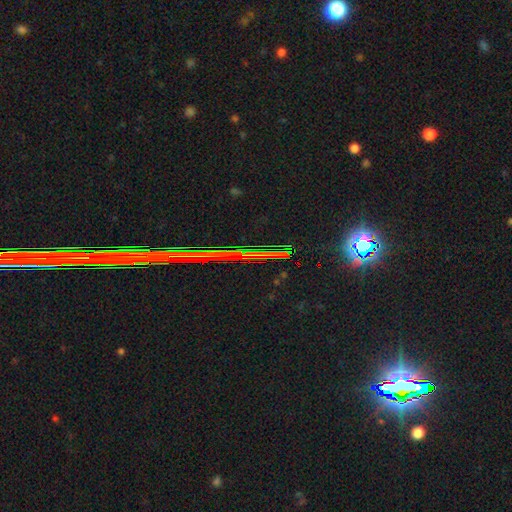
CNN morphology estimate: Overall: star or artifact (82%).